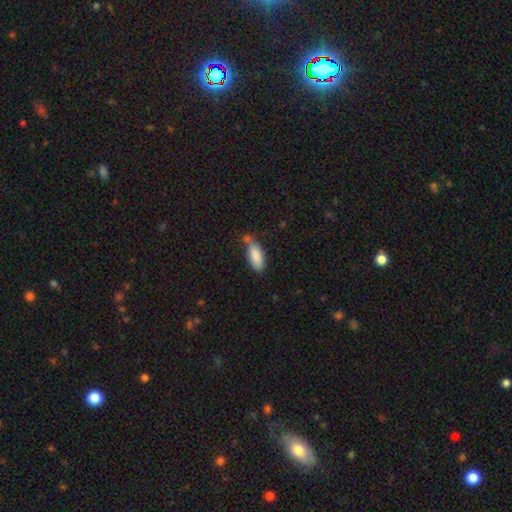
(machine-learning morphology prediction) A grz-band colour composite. It shows a smooth galaxy with no disk features (87%) that is in between round and cigar-shaped (80%). Merging: none (57%).